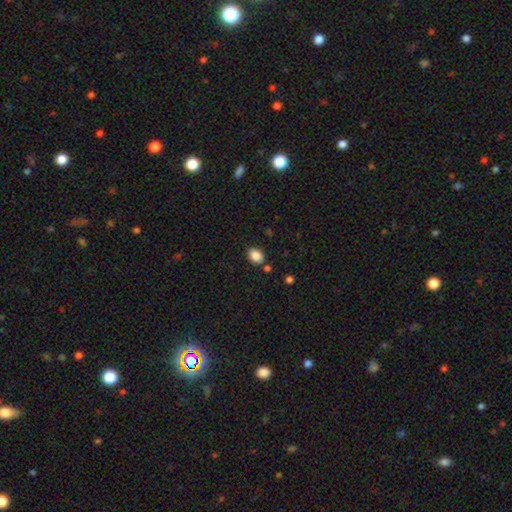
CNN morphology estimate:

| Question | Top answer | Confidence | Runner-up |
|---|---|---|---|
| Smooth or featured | smooth | 87% | star or artifact (9%) |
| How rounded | in between | 67% | round (32%) |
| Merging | none | 82% | minor disturbance (10%) |